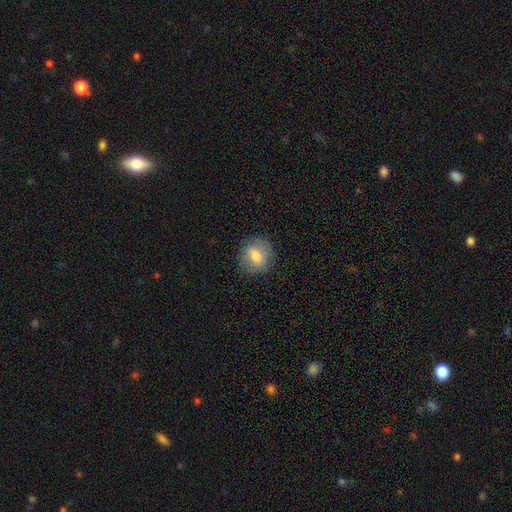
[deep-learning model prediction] Q: Smooth or featured?
A: smooth (71%); runner-up: featured or disk (20%)
Q: How rounded?
A: round (65%); runner-up: in between (34%)
Q: Merging?
A: none (79%); runner-up: minor disturbance (15%)